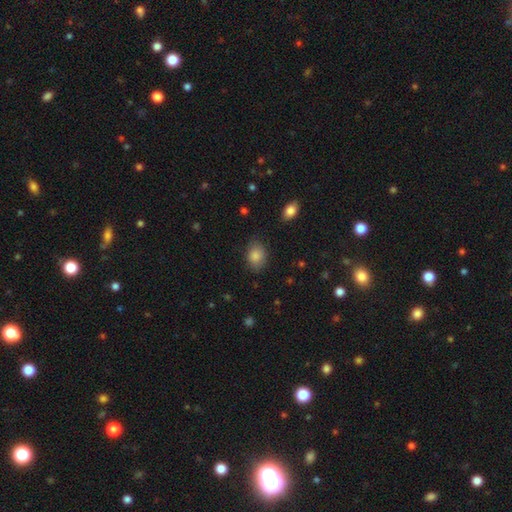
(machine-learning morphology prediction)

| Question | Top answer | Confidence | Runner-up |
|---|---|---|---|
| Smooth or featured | smooth | 85% | star or artifact (8%) |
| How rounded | in between | 71% | round (28%) |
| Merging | none | 78% | minor disturbance (16%) |